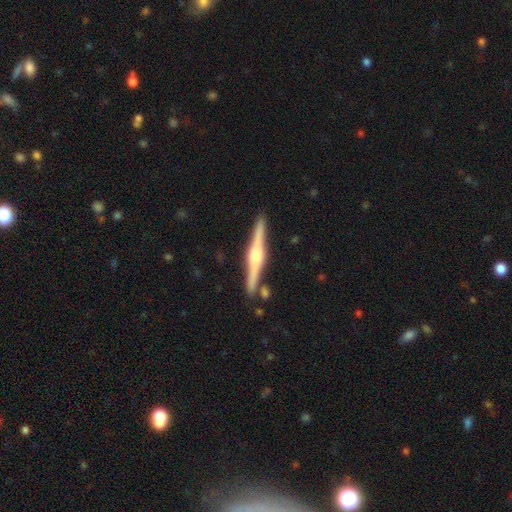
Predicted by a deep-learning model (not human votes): Smooth or featured?
  - featured or disk: 78% *
  - smooth: 17%
  - star or artifact: 5%
Edge-on disk?
  - yes: 98% *
  - no: 2%
Edge-on bulge?
  - rounded: 78% *
  - boxy: 17%
  - none: 5%
Merging?
  - none: 88% *
  - minor disturbance: 8%
  - merger: 3%
  - major disturbance: 2%